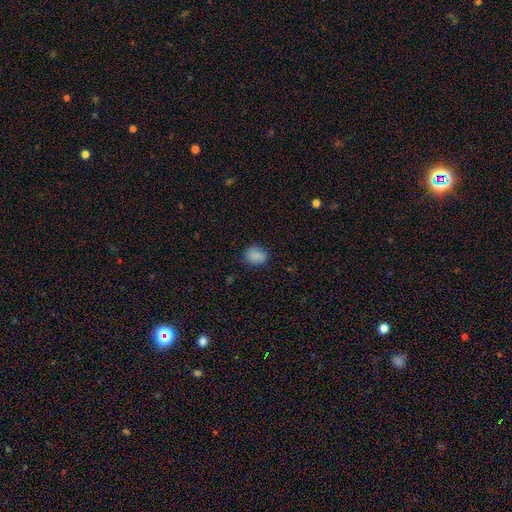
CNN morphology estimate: Q: Smooth or featured?
A: smooth (87%); runner-up: star or artifact (9%)
Q: How rounded?
A: in between (53%); runner-up: round (46%)
Q: Merging?
A: none (81%); runner-up: minor disturbance (15%)